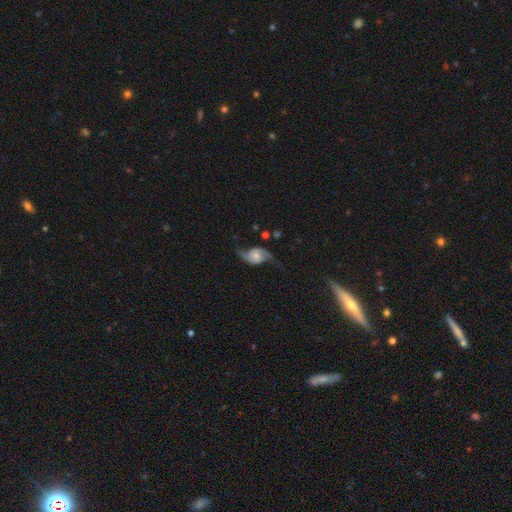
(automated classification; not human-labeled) This is likely a featured or disk galaxy (80%). It is clearly not viewed edge-on (96%). Bar: likely no (65%). Spiral arm pattern: clearly yes (94%). Spiral arm count: clearly 2 (92%). Spiral winding: likely loose (75%). Central bulge: possibly small (47%). Merging: likely none (63%).